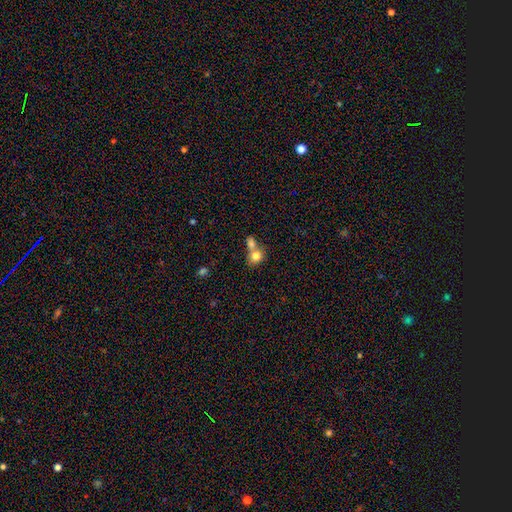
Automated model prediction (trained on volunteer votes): The model was most divided on "how rounded": round: 62%, in between: 37%, cigar-shaped: 1%. More confident: smooth or featured — smooth (80%); merging — merger (59%).